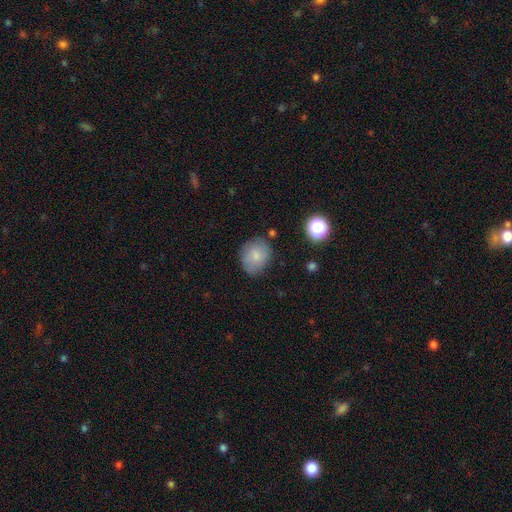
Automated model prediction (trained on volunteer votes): Morphology: type=smooth (78%); roundness=round (63%); merging=none (75%).